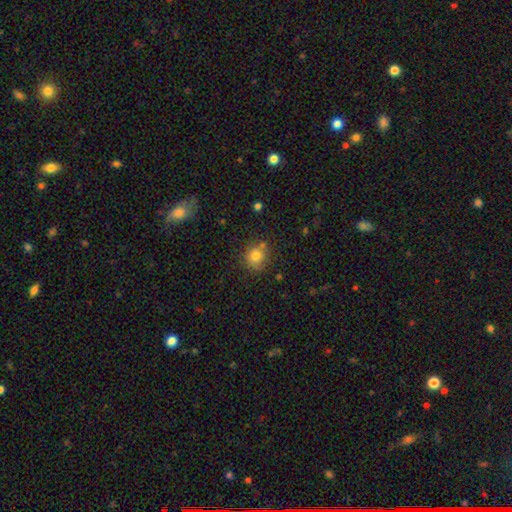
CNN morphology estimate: Q: Smooth or featured?
A: smooth (79%); runner-up: star or artifact (12%)
Q: How rounded?
A: round (83%); runner-up: in between (16%)
Q: Merging?
A: none (72%); runner-up: minor disturbance (16%)